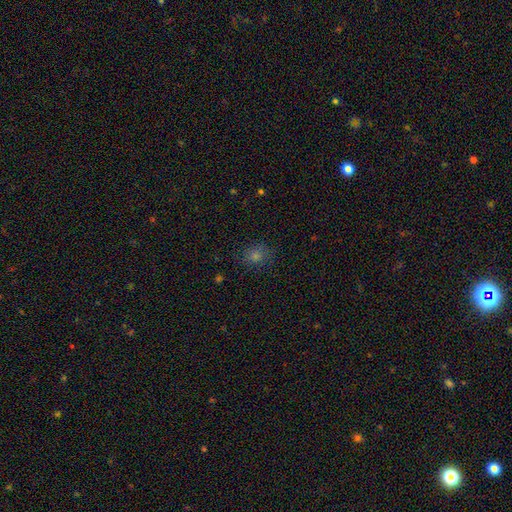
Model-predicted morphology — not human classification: Smooth or featured?
  - smooth: 69% *
  - star or artifact: 23%
  - featured or disk: 8%
How rounded?
  - round: 63% *
  - in between: 35%
  - cigar-shaped: 1%
Merging?
  - none: 81% *
  - minor disturbance: 14%
  - major disturbance: 4%
  - merger: 1%